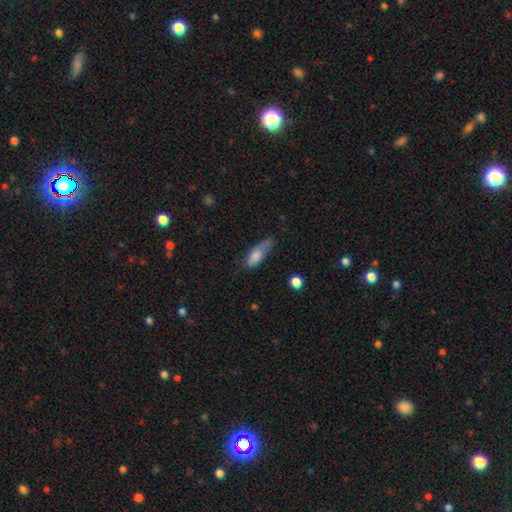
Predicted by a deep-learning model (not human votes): Q: Smooth or featured?
A: smooth (72%); runner-up: featured or disk (20%)
Q: How rounded?
A: in between (62%); runner-up: cigar-shaped (35%)
Q: Merging?
A: none (43%); runner-up: minor disturbance (38%)